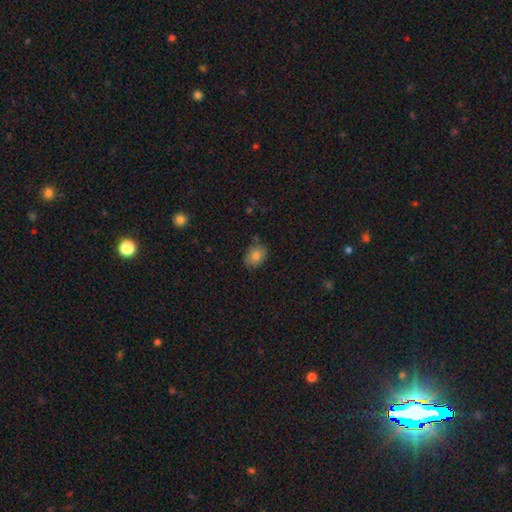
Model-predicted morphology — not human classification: Smooth or featured: smooth — 83% (star or artifact — 9%)
How rounded: in between — 64% (round — 35%)
Merging: none — 78% (minor disturbance — 17%)